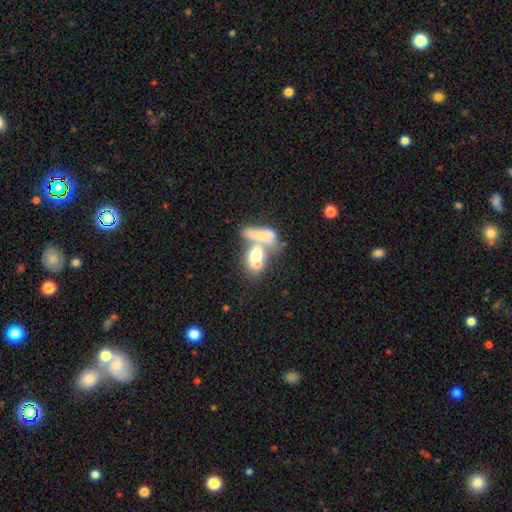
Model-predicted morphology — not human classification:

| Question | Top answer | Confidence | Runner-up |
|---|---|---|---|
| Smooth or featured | smooth | 60% | featured or disk (30%) |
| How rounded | in between | 75% | round (16%) |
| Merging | merger | 70% | none (14%) |